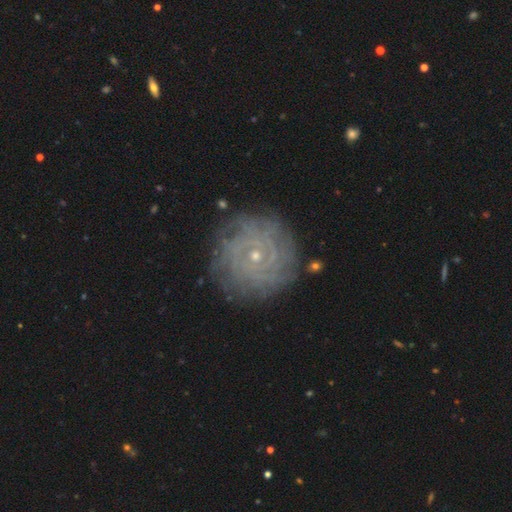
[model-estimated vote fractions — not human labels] Q: Smooth or featured?
A: featured or disk (76%); runner-up: smooth (14%)
Q: Edge-on disk?
A: no (97%); runner-up: yes (3%)
Q: Bar?
A: no (76%); runner-up: weak (19%)
Q: Spiral arms?
A: yes (91%); runner-up: no (9%)
Q: Spiral winding?
A: tight (83%); runner-up: medium (13%)
Q: Spiral arm count?
A: can't tell (44%); runner-up: more than 4 (16%)
Q: Bulge size?
A: small (81%); runner-up: moderate (16%)
Q: Merging?
A: none (85%); runner-up: minor disturbance (10%)